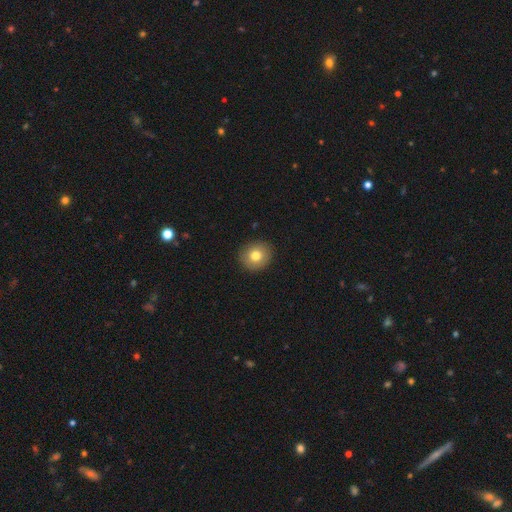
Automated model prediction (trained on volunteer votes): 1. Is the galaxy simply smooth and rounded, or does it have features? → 77% smooth, 14% featured or disk, 9% star or artifact.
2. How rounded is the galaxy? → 85% round, 14% in between, 1% cigar-shaped.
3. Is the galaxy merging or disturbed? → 90% none, 7% minor disturbance, 2% major disturbance, 1% merger.